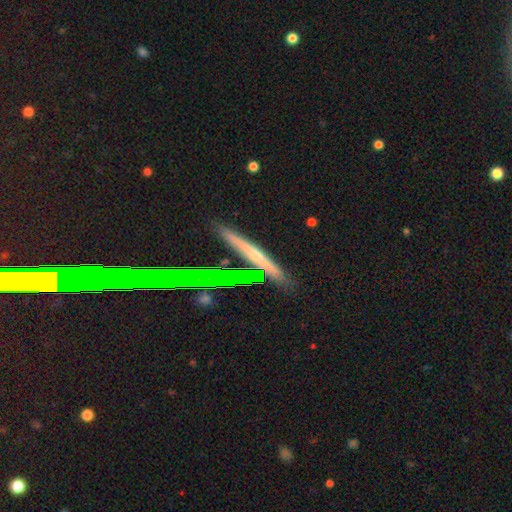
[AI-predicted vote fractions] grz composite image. It shows a featured or disk galaxy (55%) viewed edge-on (90%) with a rounded central bulge (47%). Merging: none (81%).